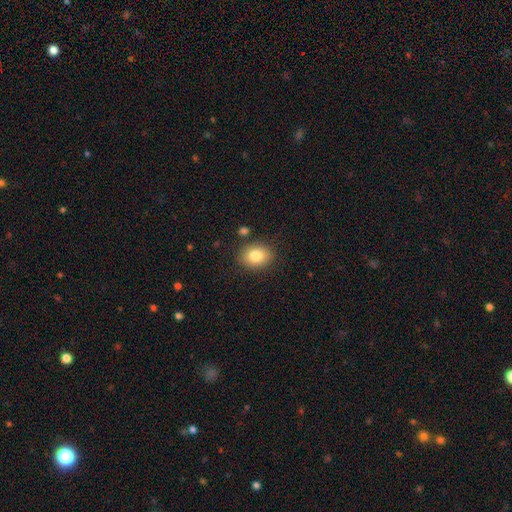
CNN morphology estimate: A smooth galaxy with no disk features (82%) that is in between round and cigar-shaped (56%). Merging: none (84%).